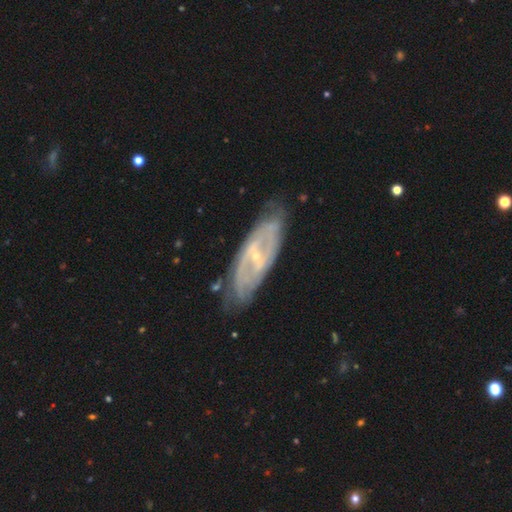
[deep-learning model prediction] This is clearly a featured or disk galaxy (81%). It is clearly not viewed edge-on (85%). Bar: marginally weak (40%). Spiral arm pattern: clearly yes (82%). Spiral arm count: possibly 2 (53%). Spiral winding: marginally tight (43%). Central bulge: clearly small (82%). Merging: likely none (74%).